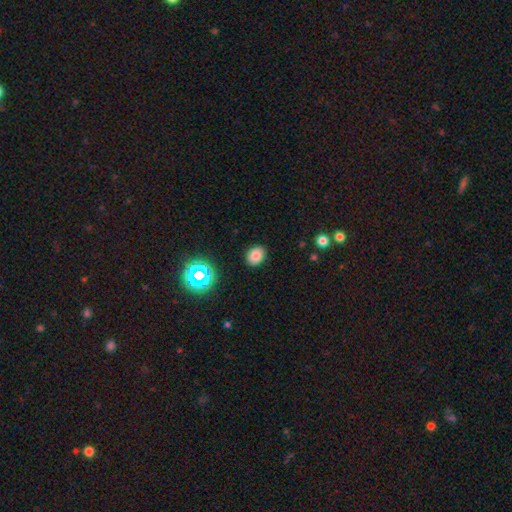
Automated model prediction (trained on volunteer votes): Q: Smooth or featured?
A: smooth (79%); runner-up: star or artifact (15%)
Q: How rounded?
A: in between (60%); runner-up: round (39%)
Q: Merging?
A: none (88%); runner-up: minor disturbance (8%)